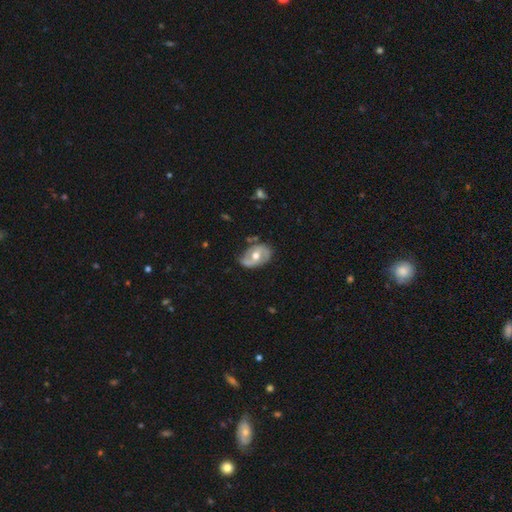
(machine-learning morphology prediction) This is likely a featured or disk galaxy (73%). It is clearly not viewed edge-on (96%). Bar: possibly no (52%). Spiral arm pattern: clearly yes (82%). Spiral arm count: clearly 2 (84%). Spiral winding: marginally medium (44%). Central bulge: likely moderate (78%). Merging: likely none (69%).